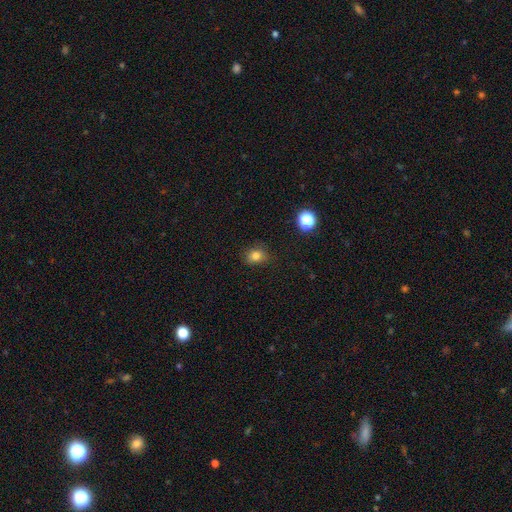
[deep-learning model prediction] Smooth or featured: smooth — 80% (star or artifact — 14%)
How rounded: round — 54% (in between — 45%)
Merging: none — 81% (minor disturbance — 14%)